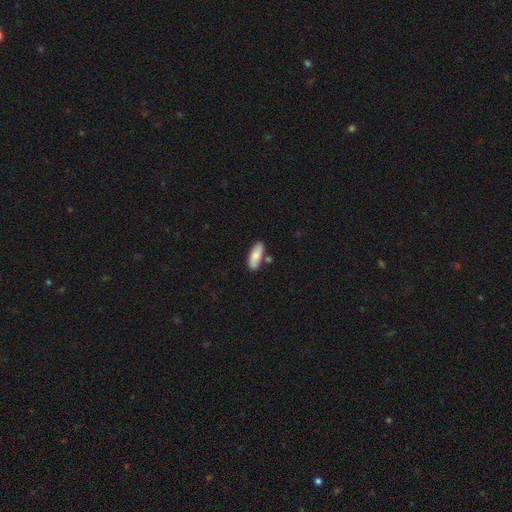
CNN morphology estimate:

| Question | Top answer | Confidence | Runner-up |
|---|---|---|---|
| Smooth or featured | smooth | 80% | featured or disk (14%) |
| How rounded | in between | 75% | cigar-shaped (23%) |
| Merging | none | 73% | minor disturbance (14%) |